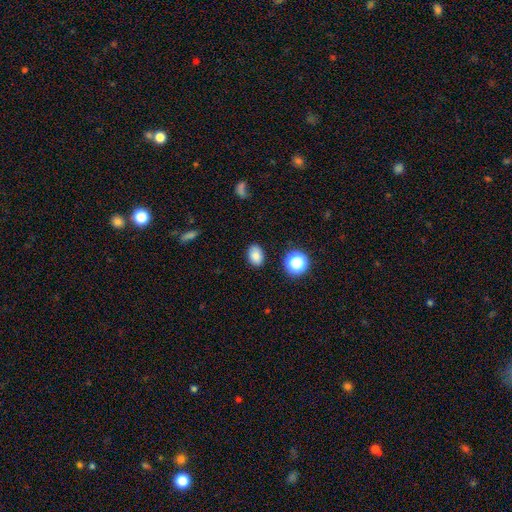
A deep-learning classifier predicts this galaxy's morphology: smooth_or_featured: smooth (p=0.82) [alt: star or artifact p=0.12]
how_rounded: in between (p=0.77) [alt: round p=0.22]
merging: none (p=0.86) [alt: minor disturbance p=0.10]